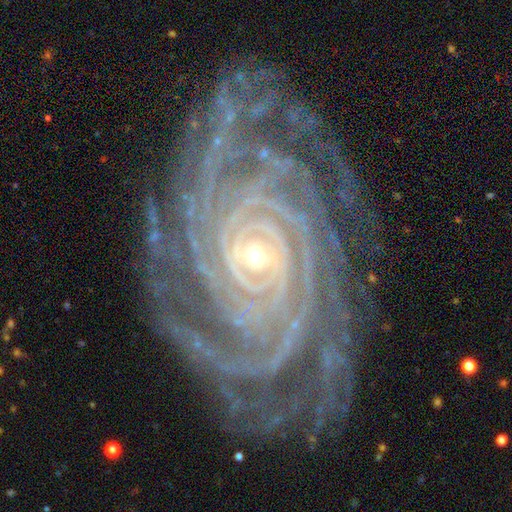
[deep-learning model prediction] Overall: featured or disk (91%). Edge-on disk: no (97%). Bar: no (64%). Spiral arms: yes (99%). Spiral arm count: more than 4 (30%; 4 23%). Spiral winding: tight (86%). Bulge size: small (79%). Merging: none (83%).